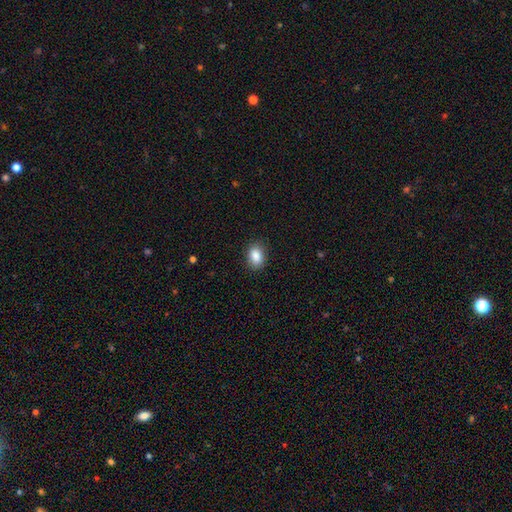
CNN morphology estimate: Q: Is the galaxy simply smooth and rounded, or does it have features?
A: smooth — 88%.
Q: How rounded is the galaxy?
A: in between — 76%.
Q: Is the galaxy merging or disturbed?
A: none — 87%.